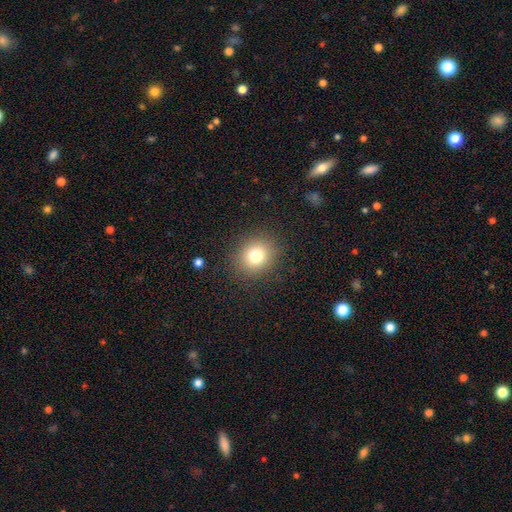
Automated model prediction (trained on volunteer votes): A smooth galaxy with no disk features (78%) that is round (78%). Merging: none (89%).